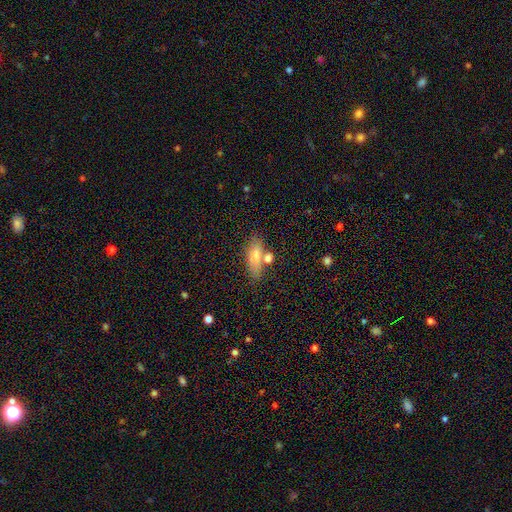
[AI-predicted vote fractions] Overall: smooth (71%). How rounded: in between (64%; cigar-shaped 31%). Merging: none (68%).